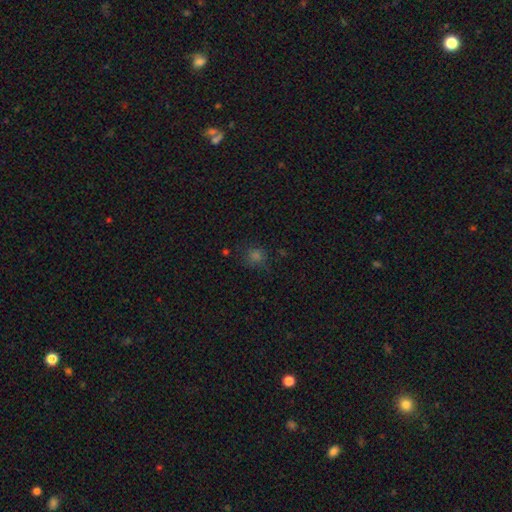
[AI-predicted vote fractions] smooth-or-featured: smooth: 63% | star or artifact: 31% | featured or disk: 6%
  how-rounded: round: 87% | in between: 12% | cigar-shaped: 1%
  merging: none: 81% | minor disturbance: 12% | major disturbance: 5% | merger: 2%